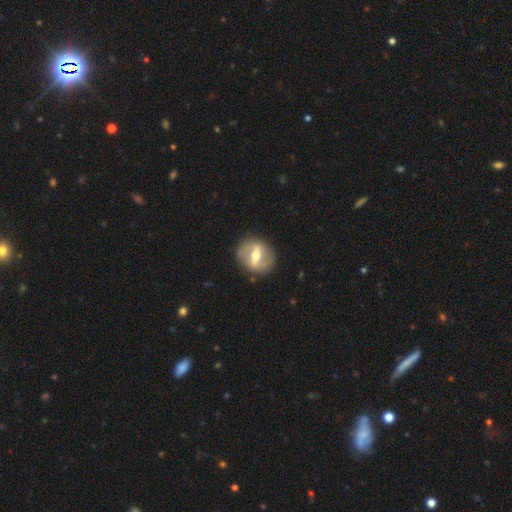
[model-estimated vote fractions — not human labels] Smooth or featured?
  - featured or disk: 68% *
  - smooth: 26%
  - star or artifact: 6%
Edge-on disk?
  - no: 86% *
  - yes: 14%
Bar?
  - strong: 66% *
  - weak: 26%
  - no: 8%
Spiral arms?
  - no: 64% *
  - yes: 36%
Bulge size?
  - moderate: 71% *
  - small: 15%
  - large: 12%
  - dominant: 1%
  - none: 1%
Merging?
  - none: 85% *
  - minor disturbance: 10%
  - major disturbance: 4%
  - merger: 1%